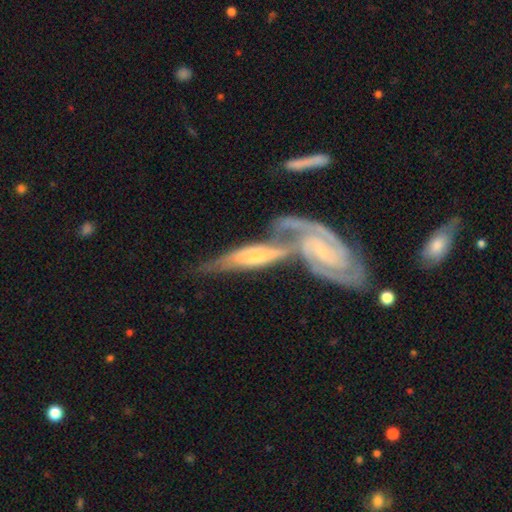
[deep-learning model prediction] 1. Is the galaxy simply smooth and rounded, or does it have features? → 75% featured or disk, 20% smooth, 5% star or artifact.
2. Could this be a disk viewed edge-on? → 58% no, 42% yes.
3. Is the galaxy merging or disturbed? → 57% merger, 26% none, 11% minor disturbance, 6% major disturbance.